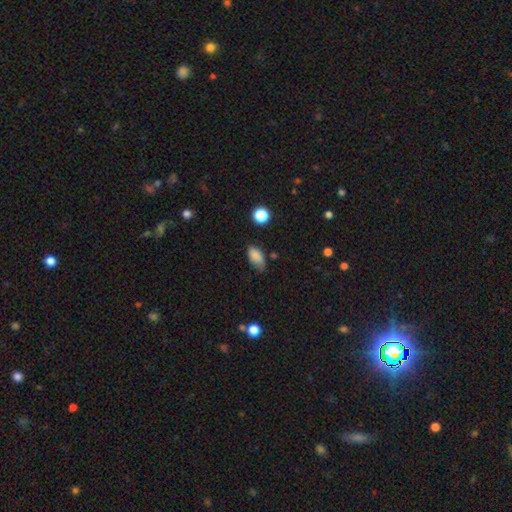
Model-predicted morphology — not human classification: Q: Smooth or featured?
A: smooth (82%); runner-up: star or artifact (9%)
Q: How rounded?
A: in between (90%); runner-up: round (6%)
Q: Merging?
A: none (61%); runner-up: minor disturbance (31%)